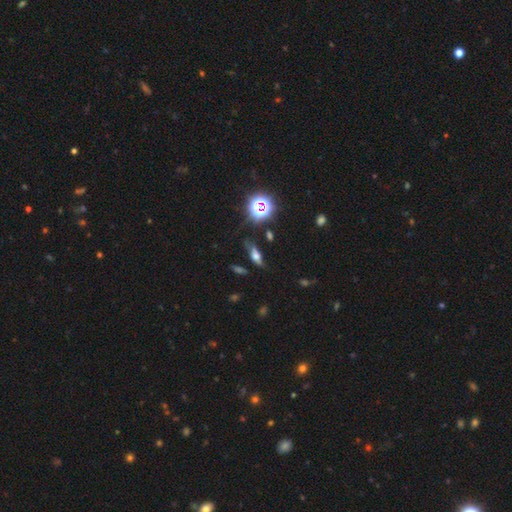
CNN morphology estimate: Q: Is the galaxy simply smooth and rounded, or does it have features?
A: smooth — 49%.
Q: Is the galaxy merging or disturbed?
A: none — 61%.